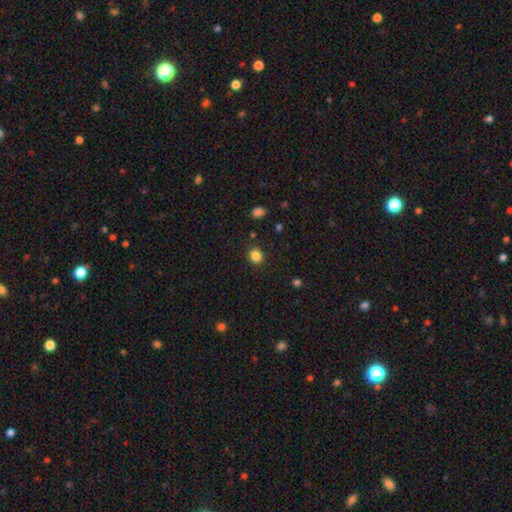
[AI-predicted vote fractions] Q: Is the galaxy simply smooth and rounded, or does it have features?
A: smooth — 84%.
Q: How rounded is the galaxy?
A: round — 79%.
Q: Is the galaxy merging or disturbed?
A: none — 88%.